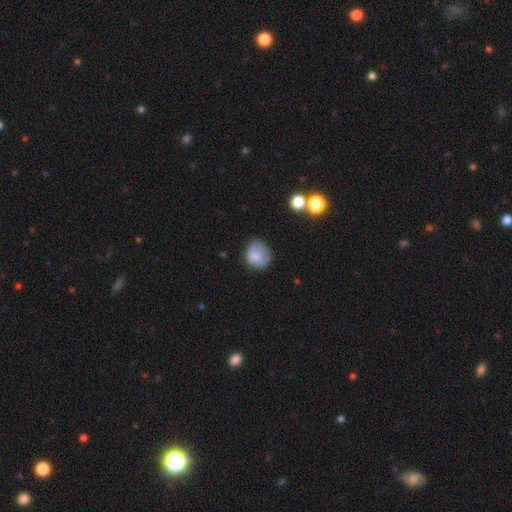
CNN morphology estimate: Overall: smooth (76%). How rounded: round (72%). Merging: none (60%; minor disturbance 26%).